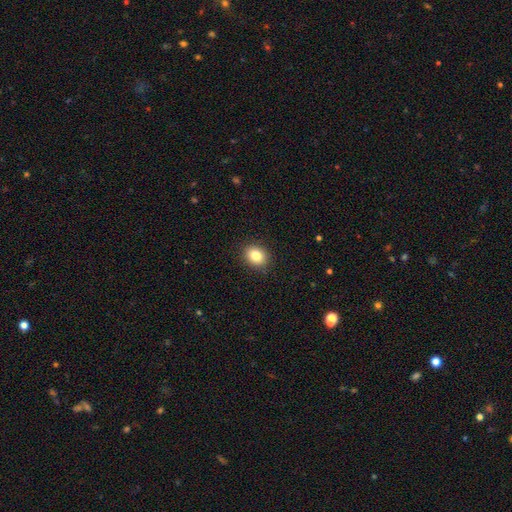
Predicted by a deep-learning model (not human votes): smooth-or-featured: smooth: 83% | star or artifact: 10% | featured or disk: 7%
  how-rounded: round: 58% | in between: 41% | cigar-shaped: 1%
  merging: none: 90% | minor disturbance: 7% | major disturbance: 2% | merger: 1%